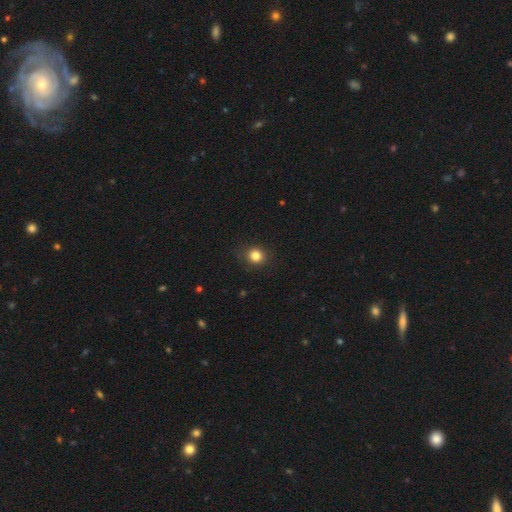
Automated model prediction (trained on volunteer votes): Smooth or featured?
  - smooth: 84% *
  - star or artifact: 11%
  - featured or disk: 5%
How rounded?
  - round: 83% *
  - in between: 16%
  - cigar-shaped: 1%
Merging?
  - none: 88% *
  - minor disturbance: 9%
  - major disturbance: 3%
  - merger: 1%